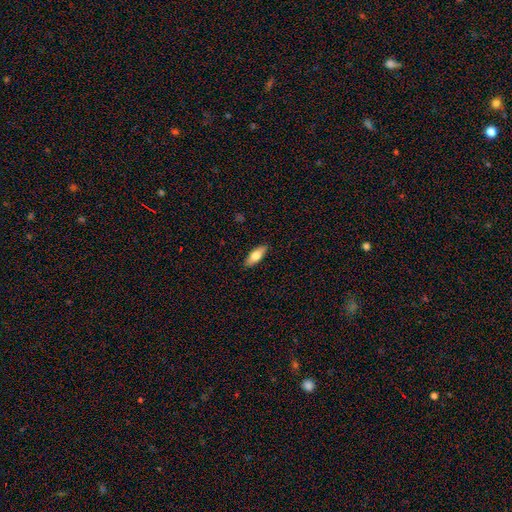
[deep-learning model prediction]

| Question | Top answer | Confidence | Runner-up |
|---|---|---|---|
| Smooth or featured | smooth | 74% | featured or disk (20%) |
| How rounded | in between | 71% | cigar-shaped (26%) |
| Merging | none | 89% | minor disturbance (9%) |